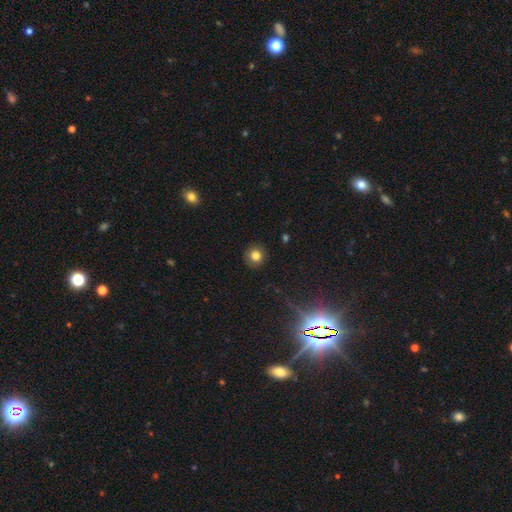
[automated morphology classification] A smooth galaxy with no disk features (78%) that is round (91%).

Vote fractions:
- Smooth or featured? smooth: 78% / star or artifact: 13% / featured or disk: 9%
- How rounded? round: 91% / in between: 8% / cigar-shaped: 1%
- Merging? none: 90% / minor disturbance: 6% / major disturbance: 2% / merger: 1%